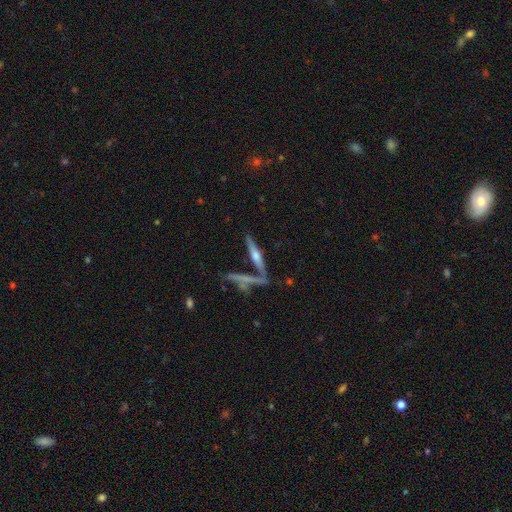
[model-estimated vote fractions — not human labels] Overall: featured or disk (68%). Edge-on disk: yes (95%). Edge-on bulge: rounded (86%). Merging: none (68%).